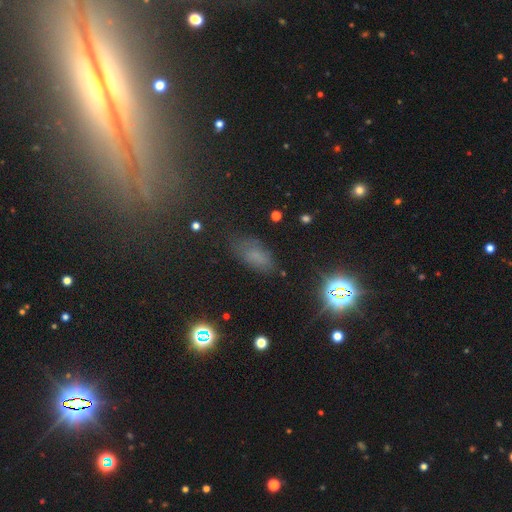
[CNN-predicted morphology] This appears to be a smooth galaxy with no disk features (58%) that is in between round and cigar-shaped (86%). Merging: none (71%).